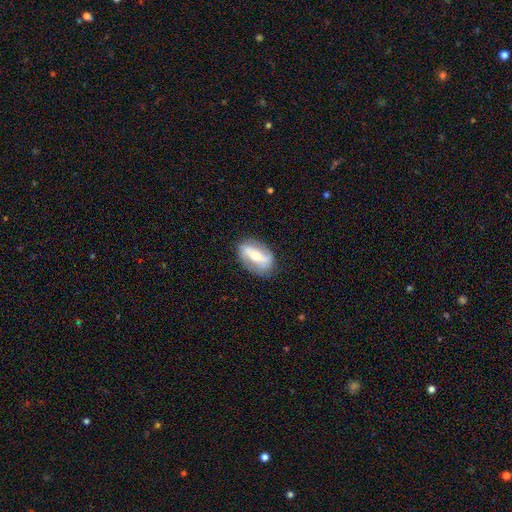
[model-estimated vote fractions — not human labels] Smooth or featured?
  - featured or disk: 66% *
  - smooth: 28%
  - star or artifact: 6%
Edge-on disk?
  - no: 82% *
  - yes: 18%
Bar?
  - strong: 63% *
  - weak: 20%
  - no: 17%
Spiral arms?
  - yes: 51% *
  - no: 49%
Bulge size?
  - moderate: 59% *
  - small: 34%
  - large: 4%
  - dominant: 1%
  - none: 1%
Merging?
  - none: 80% *
  - minor disturbance: 14%
  - major disturbance: 5%
  - merger: 1%